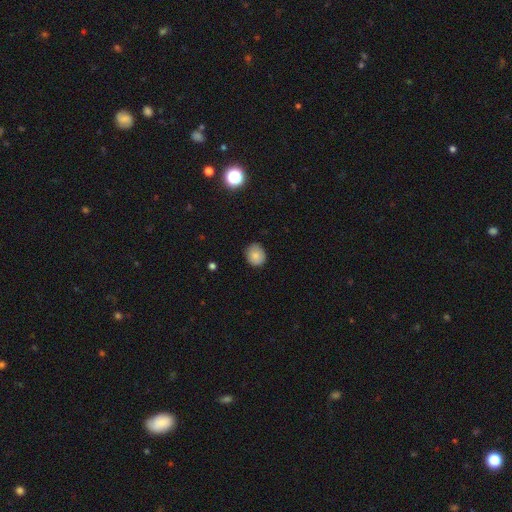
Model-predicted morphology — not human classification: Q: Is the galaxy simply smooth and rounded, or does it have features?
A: smooth — 83%.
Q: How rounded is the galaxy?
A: round — 68%.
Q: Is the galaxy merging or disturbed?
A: none — 82%.